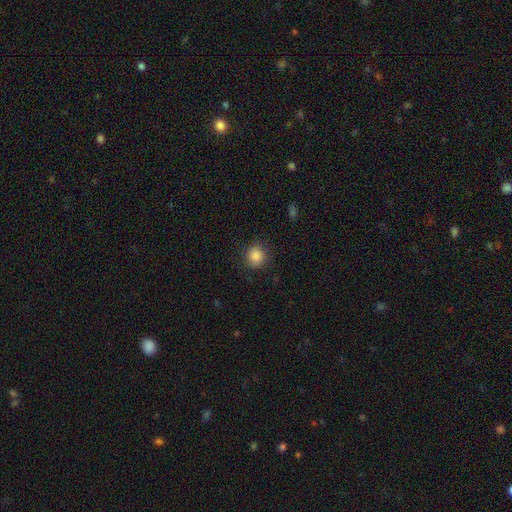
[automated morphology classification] smooth 87%, star or artifact 10%, featured or disk 3%. Down the decision tree: how rounded — round (89%); merging — none (85%).